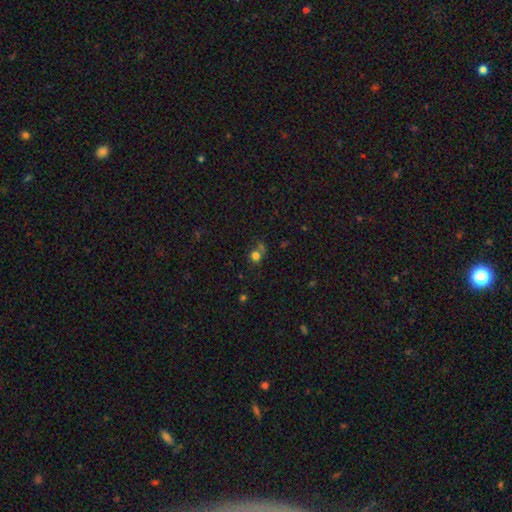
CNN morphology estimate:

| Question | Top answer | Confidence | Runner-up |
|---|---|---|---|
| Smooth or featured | smooth | 74% | star or artifact (17%) |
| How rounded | round | 83% | in between (16%) |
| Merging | none | 55% | merger (24%) |